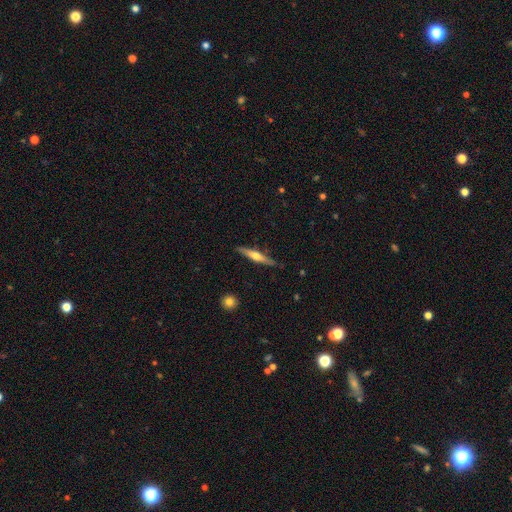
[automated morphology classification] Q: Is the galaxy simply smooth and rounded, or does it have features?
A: featured or disk — 62%.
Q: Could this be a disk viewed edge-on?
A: yes — 96%.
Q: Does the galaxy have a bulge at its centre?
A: rounded — 88%.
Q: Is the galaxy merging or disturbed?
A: none — 86%.